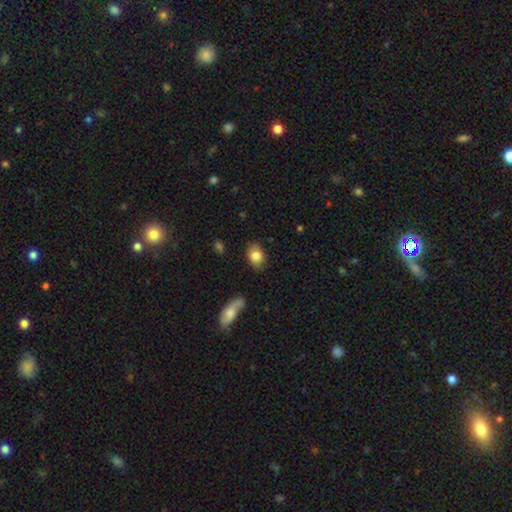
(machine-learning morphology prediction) Smooth or featured? Predicted: smooth (p=0.82). How rounded? Predicted: in between (p=0.70). Merging? Predicted: none (p=0.82).